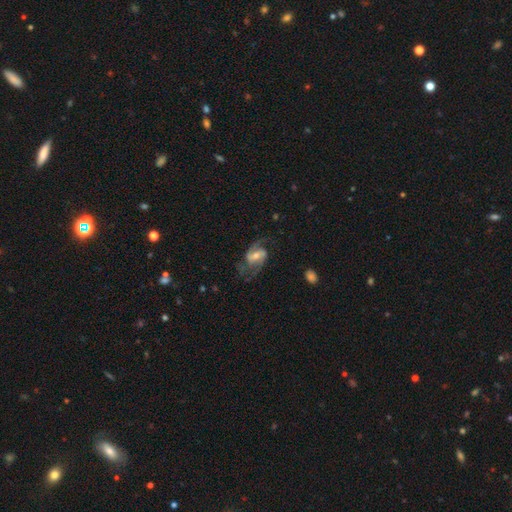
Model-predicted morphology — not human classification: A featured or disk galaxy (87%) with a weak bar (47%), 2 (91%) medium (52%) spiral arms (96%) and a moderate central bulge (55%).

Vote fractions:
- Smooth or featured? featured or disk: 87% / smooth: 8% / star or artifact: 5%
- Edge-on disk? no: 97% / yes: 3%
- Bar? weak: 47% / strong: 31% / no: 22%
- Spiral arms? yes: 96% / no: 4%
- Spiral winding? medium: 52% / loose: 35% / tight: 13%
- Spiral arm count? 2: 91% / can't tell: 3% / 3: 2% / 1: 2% / 4: 1% / more than 4: 1%
- Bulge size? moderate: 55% / small: 37% / large: 5% / none: 2% / dominant: 1%
- Merging? none: 69% / minor disturbance: 16% / major disturbance: 13% / merger: 2%